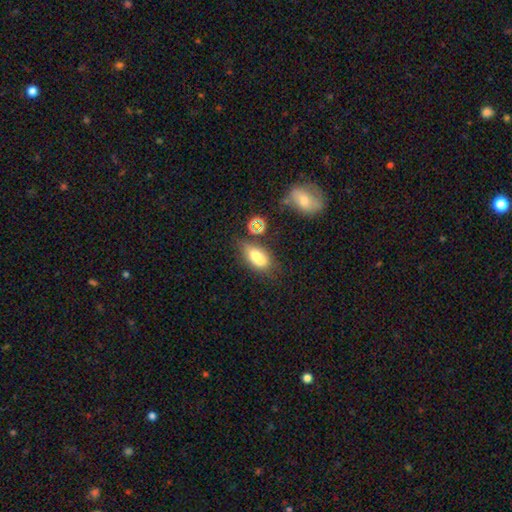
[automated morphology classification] Smooth or featured? smooth (64%)
How rounded? in between (80%)
Merging? none (46%)